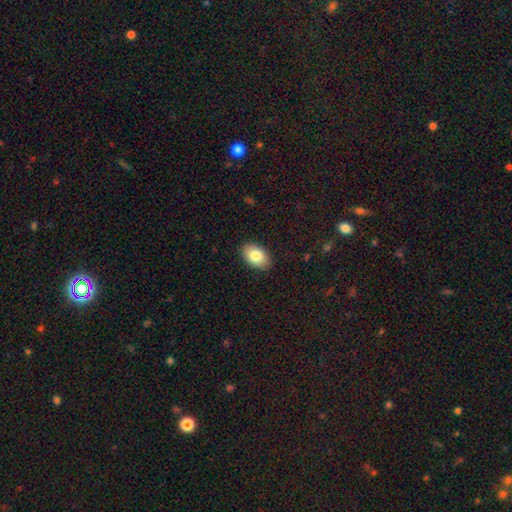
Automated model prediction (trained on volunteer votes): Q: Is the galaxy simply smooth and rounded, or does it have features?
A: smooth — 83%.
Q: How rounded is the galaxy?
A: in between — 89%.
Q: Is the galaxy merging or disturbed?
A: none — 89%.